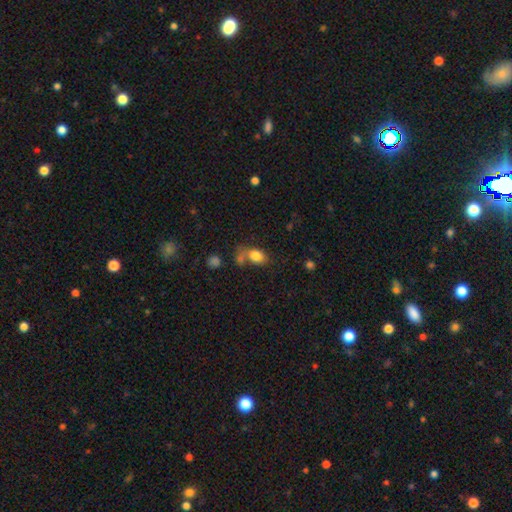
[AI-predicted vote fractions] A smooth galaxy with no disk features (82%) that is in between round and cigar-shaped (75%). Merging: none (46%).